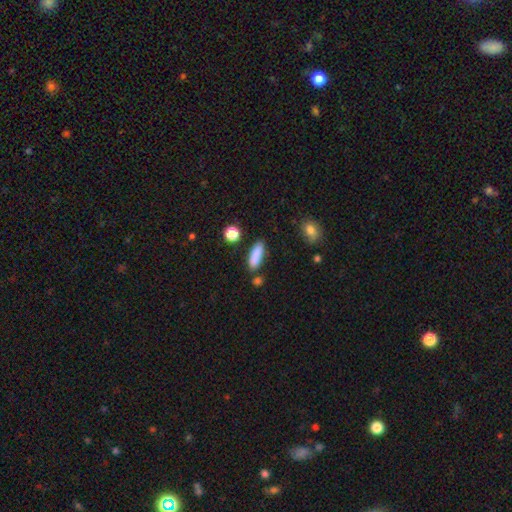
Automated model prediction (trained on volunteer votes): smooth-or-featured: smooth: 86% | star or artifact: 8% | featured or disk: 6%
  how-rounded: in between: 51% | cigar-shaped: 46% | round: 3%
  merging: none: 79% | minor disturbance: 12% | merger: 6% | major disturbance: 3%